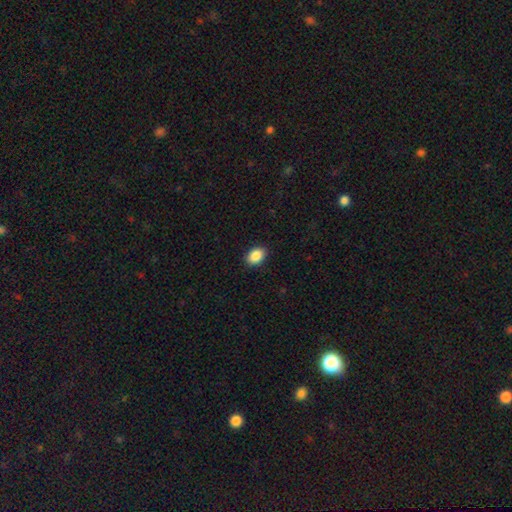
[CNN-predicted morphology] type=smooth (89%); roundness=in between (81%); merging=none (89%).